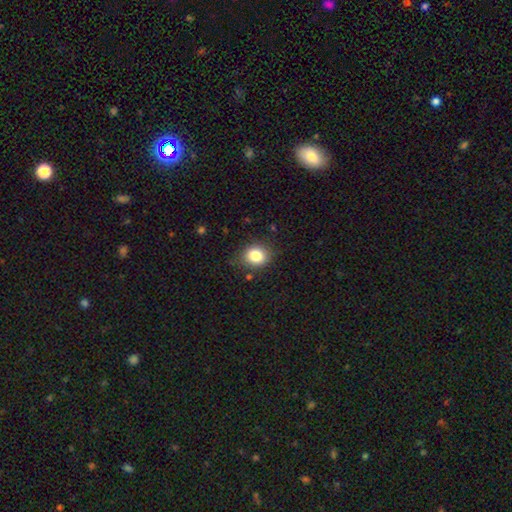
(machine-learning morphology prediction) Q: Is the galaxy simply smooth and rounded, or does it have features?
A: smooth — 83%.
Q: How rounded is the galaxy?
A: round — 72%.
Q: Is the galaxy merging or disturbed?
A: none — 81%.